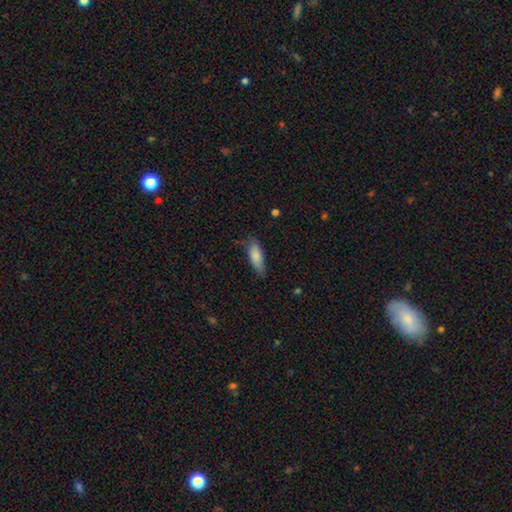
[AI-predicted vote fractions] A smooth galaxy with no disk features (82%) that is in between round and cigar-shaped (68%). Merging: none (68%).